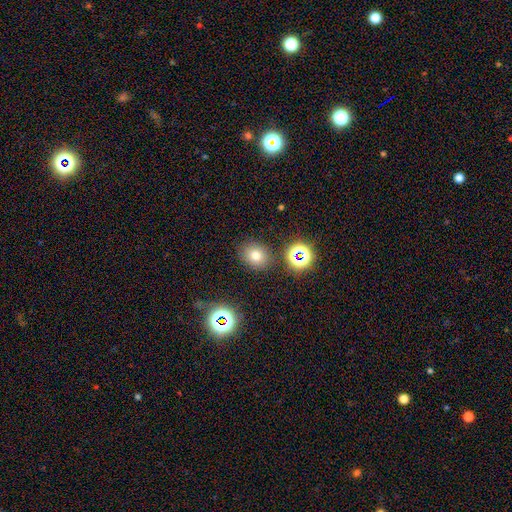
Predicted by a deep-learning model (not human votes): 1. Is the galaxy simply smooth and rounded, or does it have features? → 70% smooth, 20% star or artifact, 10% featured or disk.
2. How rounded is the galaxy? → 68% round, 31% in between, 1% cigar-shaped.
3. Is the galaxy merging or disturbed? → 83% none, 9% minor disturbance, 5% merger, 3% major disturbance.